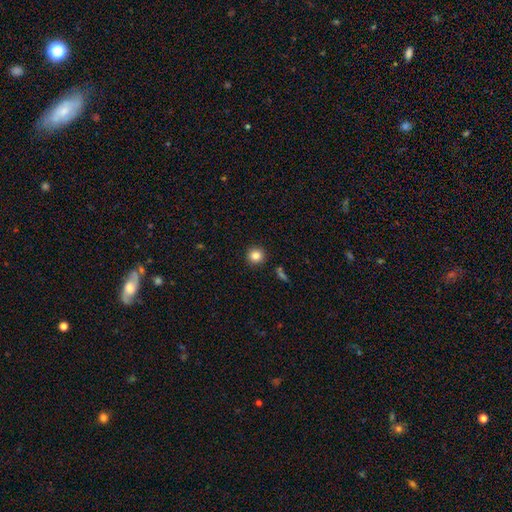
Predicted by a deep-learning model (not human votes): Smooth or featured?
  - smooth: 83% *
  - star or artifact: 11%
  - featured or disk: 6%
How rounded?
  - round: 94% *
  - in between: 5%
  - cigar-shaped: 1%
Merging?
  - none: 91% *
  - minor disturbance: 5%
  - merger: 2%
  - major disturbance: 2%